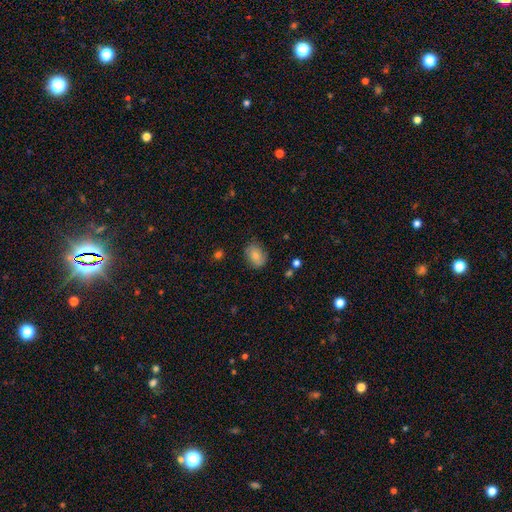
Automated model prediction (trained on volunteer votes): The model was most divided on "how rounded": in between: 68%, round: 30%, cigar-shaped: 1%. More confident: smooth or featured — smooth (80%); merging — none (78%).